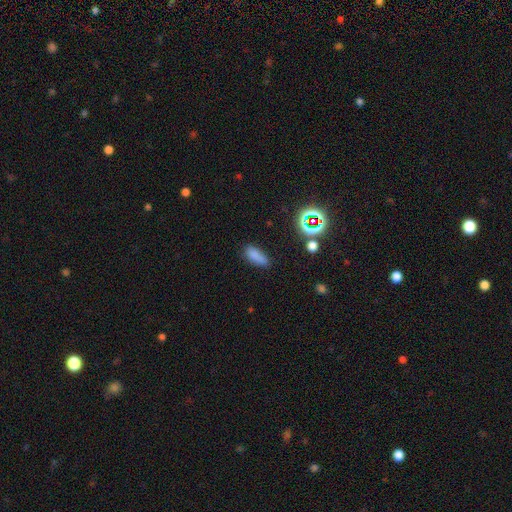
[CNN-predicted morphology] smooth-or-featured: smooth: 78% | star or artifact: 15% | featured or disk: 7%
  how-rounded: in between: 67% | cigar-shaped: 28% | round: 4%
  merging: none: 71% | minor disturbance: 20% | major disturbance: 6% | merger: 3%